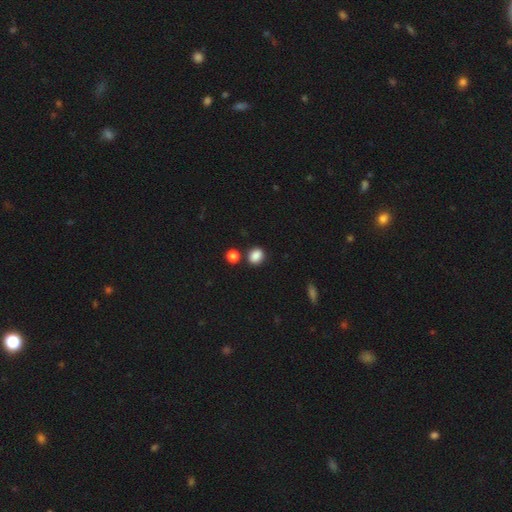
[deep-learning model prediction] A smooth galaxy with no disk features (86%) that is round (51%).

Vote fractions:
- Smooth or featured? smooth: 86% / star or artifact: 10% / featured or disk: 4%
- How rounded? round: 51% / in between: 48% / cigar-shaped: 1%
- Merging? none: 80% / minor disturbance: 10% / merger: 7% / major disturbance: 3%